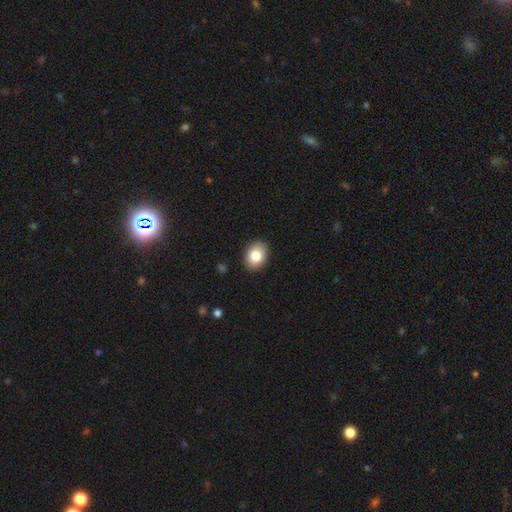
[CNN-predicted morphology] smooth 83%, featured or disk 9%, star or artifact 8%. Down the decision tree: how rounded — in between (68%); merging — none (89%).